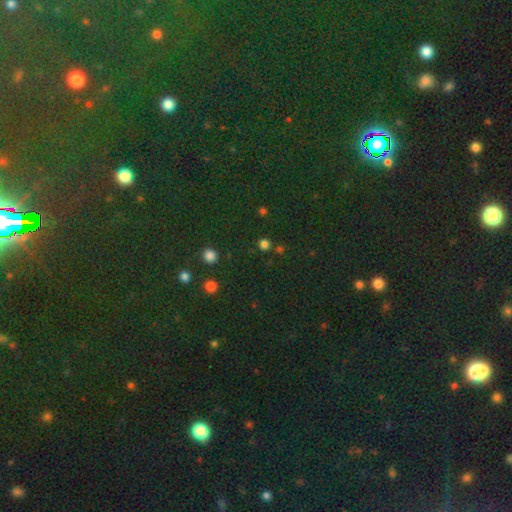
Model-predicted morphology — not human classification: Smooth or featured? star or artifact (79%)